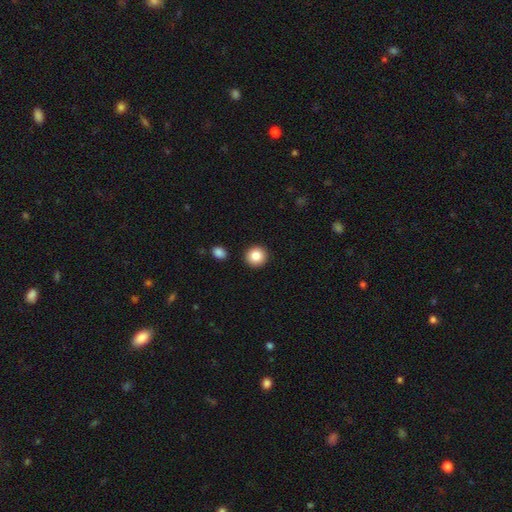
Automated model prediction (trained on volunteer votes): This appears to be a smooth galaxy with no disk features (85%) that is round (93%). Merging: none (91%).